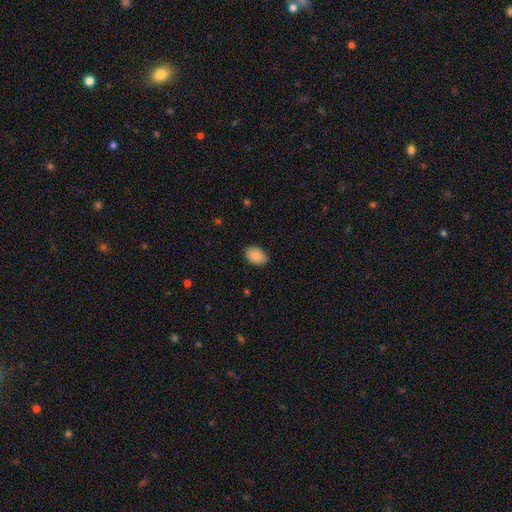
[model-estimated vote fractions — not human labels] The model was most divided on "merging": none: 83%, minor disturbance: 14%, major disturbance: 2%, merger: 1%. More confident: smooth or featured — smooth (88%); how rounded — in between (87%).